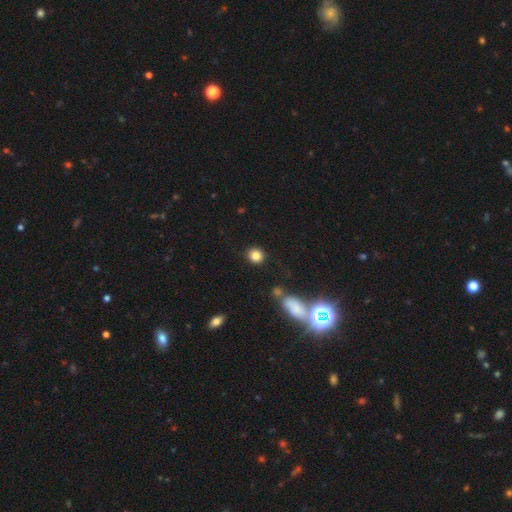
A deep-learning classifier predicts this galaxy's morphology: Smooth or featured? smooth (83%)
How rounded? round (86%)
Merging? none (86%)